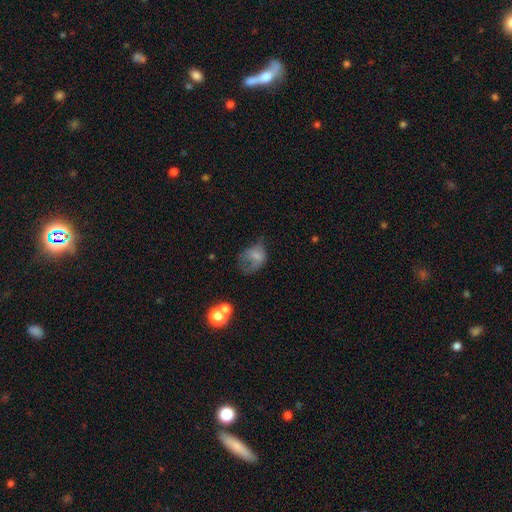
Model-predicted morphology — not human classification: type=smooth (63%); roundness=in between (68%); merging=major disturbance (41%).